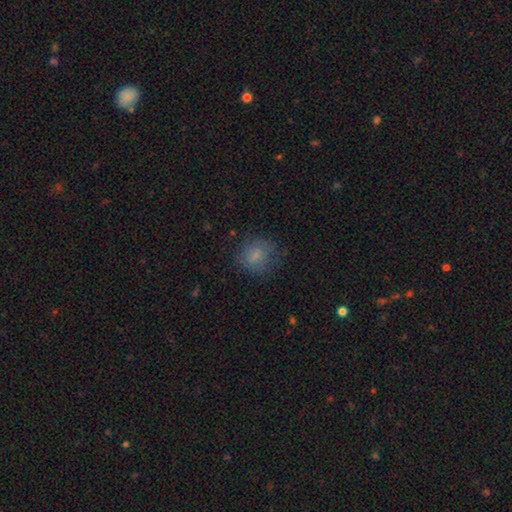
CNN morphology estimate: Smooth or featured: smooth — 77% (featured or disk — 12%)
How rounded: round — 73% (in between — 26%)
Merging: none — 69% (minor disturbance — 20%)